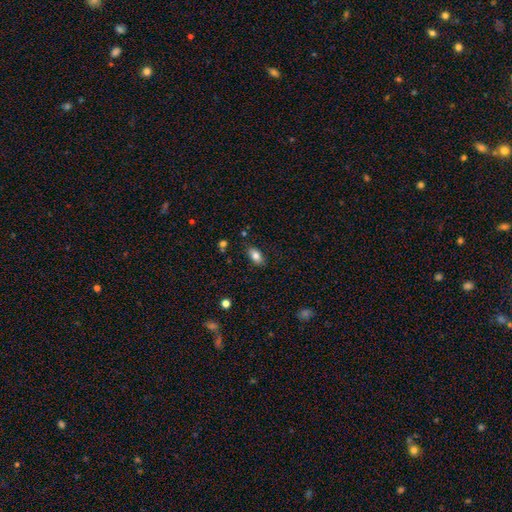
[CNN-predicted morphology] The model was most divided on "smooth or featured": smooth: 80%, featured or disk: 11%, star or artifact: 8%. More confident: how rounded — in between (89%); merging — none (83%).